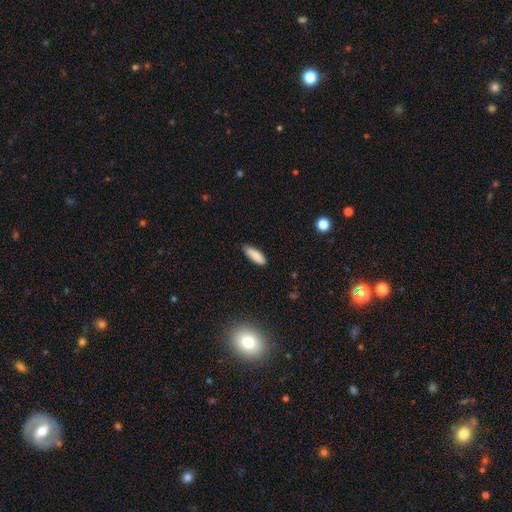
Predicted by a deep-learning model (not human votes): A smooth galaxy with no disk features (87%) that is in between round and cigar-shaped (58%).

Vote fractions:
- Smooth or featured? smooth: 87% / star or artifact: 7% / featured or disk: 6%
- How rounded? in between: 58% / cigar-shaped: 40% / round: 2%
- Merging? none: 83% / minor disturbance: 14% / major disturbance: 2% / merger: 1%